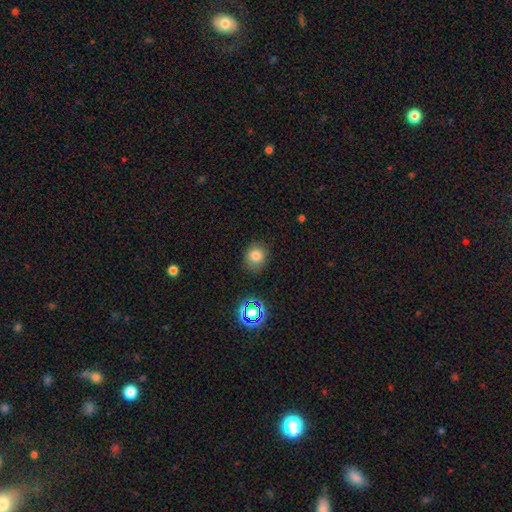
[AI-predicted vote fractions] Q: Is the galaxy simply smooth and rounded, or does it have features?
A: smooth — 79%.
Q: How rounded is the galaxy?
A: round — 80%.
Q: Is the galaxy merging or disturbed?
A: none — 84%.